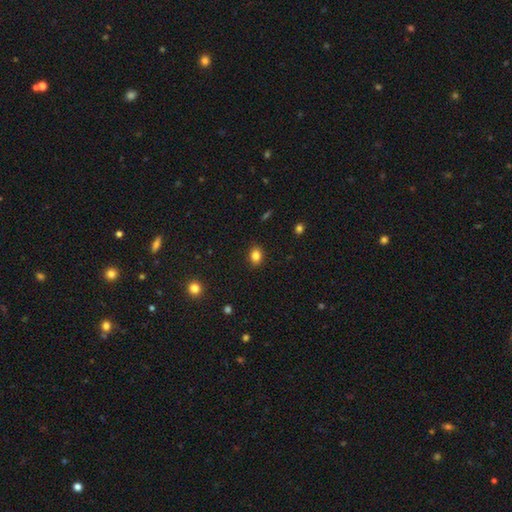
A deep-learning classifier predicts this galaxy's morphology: Overall: smooth (84%). How rounded: in between (65%; round 33%). Merging: none (89%).